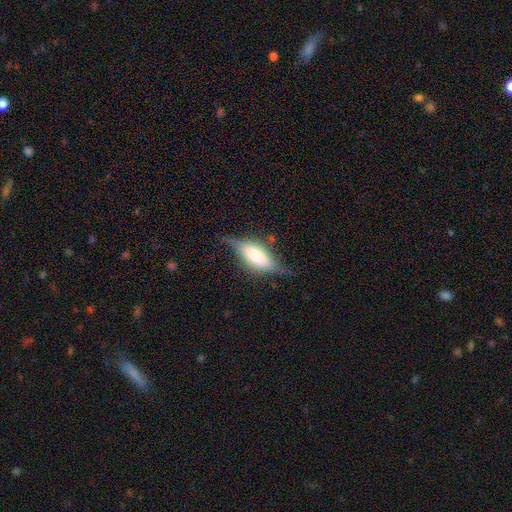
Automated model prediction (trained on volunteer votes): smooth-or-featured: featured or disk: 51% | smooth: 42% | star or artifact: 8%
  disk-edge-on: yes: 73% | no: 27%
  merging: none: 56% | minor disturbance: 28% | major disturbance: 14% | merger: 2%